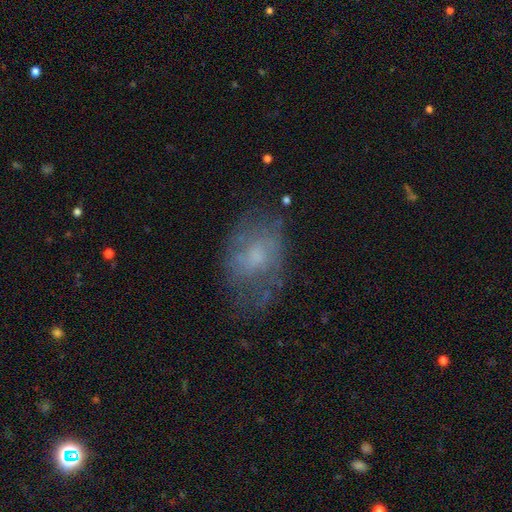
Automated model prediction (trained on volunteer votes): This is marginally a featured or disk galaxy (45%). Merging: possibly none (56%).